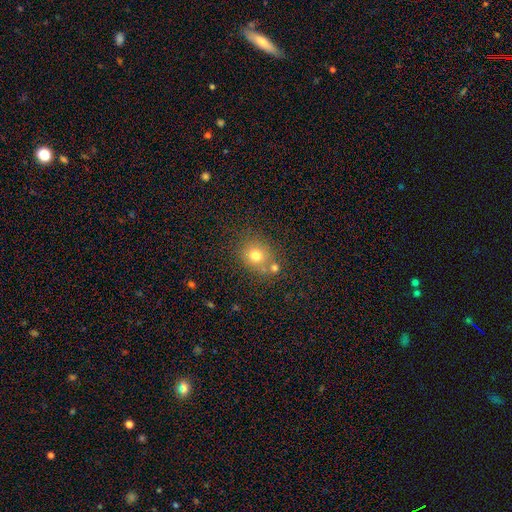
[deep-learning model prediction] Smooth or featured: smooth — 74% (star or artifact — 14%)
How rounded: round — 75% (in between — 24%)
Merging: none — 61% (merger — 22%)